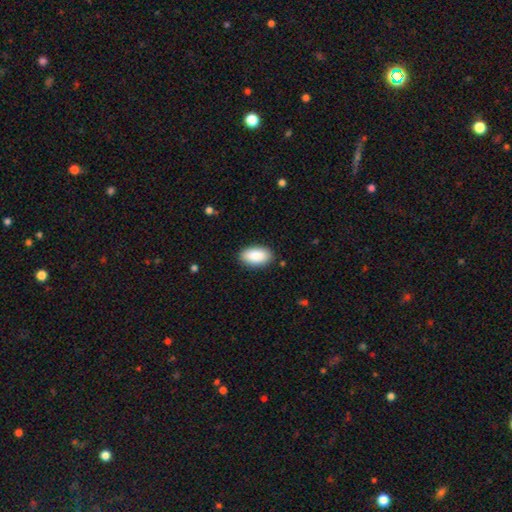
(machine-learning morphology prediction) The model was most divided on "merging": none: 88%, minor disturbance: 9%, major disturbance: 2%, merger: 1%. More confident: how rounded — in between (95%); smooth or featured — smooth (90%).